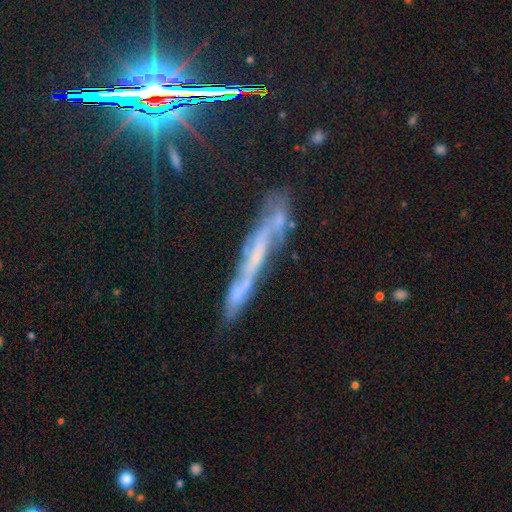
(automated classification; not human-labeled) smooth_or_featured: featured or disk (p=0.54) [alt: smooth p=0.23]
disk_edge_on: yes (p=0.79) [alt: no p=0.21]
merging: none (p=0.62) [alt: minor disturbance p=0.24]